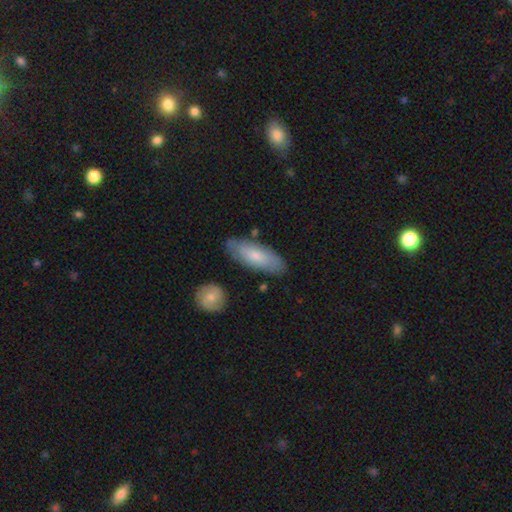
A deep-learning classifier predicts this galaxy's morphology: Q: Smooth or featured?
A: smooth (70%); runner-up: featured or disk (25%)
Q: How rounded?
A: in between (68%); runner-up: cigar-shaped (30%)
Q: Merging?
A: none (78%); runner-up: minor disturbance (15%)